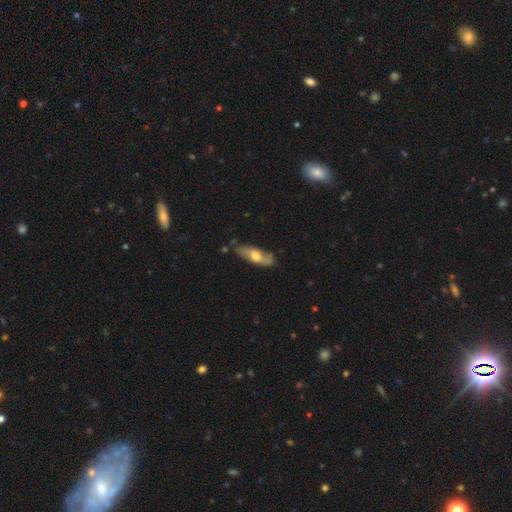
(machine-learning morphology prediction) type=smooth (50%); merging=none (65%).